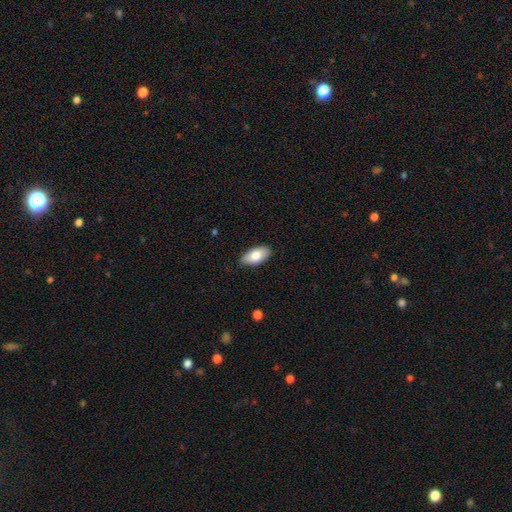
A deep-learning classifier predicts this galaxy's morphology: This appears to be a smooth galaxy with no disk features (78%) that is in between round and cigar-shaped (93%). Merging: none (86%).